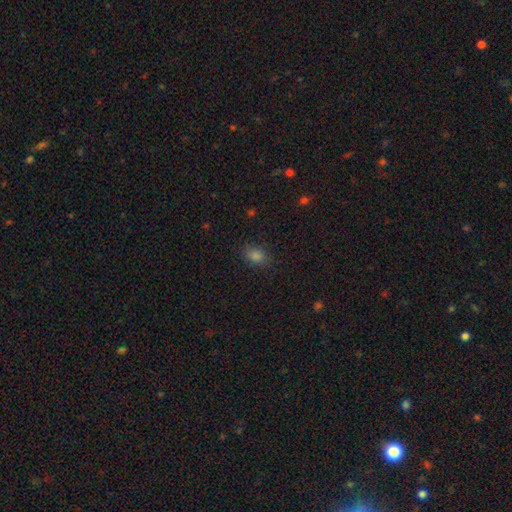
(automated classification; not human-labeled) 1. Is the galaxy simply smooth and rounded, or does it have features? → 80% smooth, 15% star or artifact, 5% featured or disk.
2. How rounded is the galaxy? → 68% in between, 30% round, 2% cigar-shaped.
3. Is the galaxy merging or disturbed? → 85% none, 11% minor disturbance, 3% major disturbance, 1% merger.